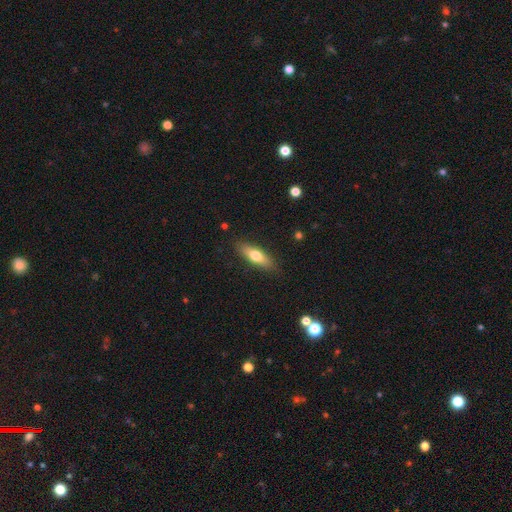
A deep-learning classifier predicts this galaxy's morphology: smooth_or_featured: smooth (p=0.67) [alt: featured or disk p=0.27]
how_rounded: cigar-shaped (p=0.52) [alt: in between p=0.46]
merging: none (p=0.86) [alt: minor disturbance p=0.11]